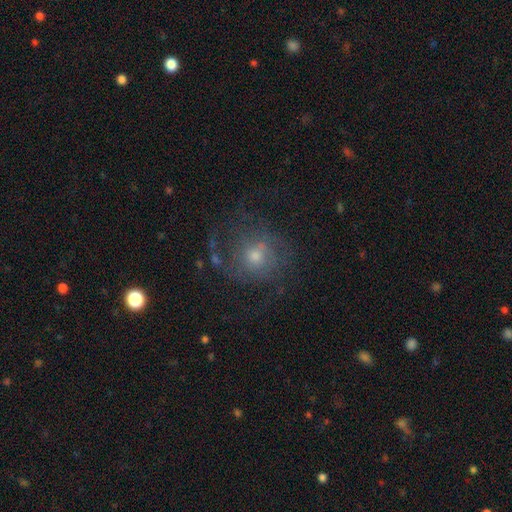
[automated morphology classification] Q: Smooth or featured?
A: featured or disk (49%); runner-up: smooth (38%)
Q: Merging?
A: none (54%); runner-up: major disturbance (24%)